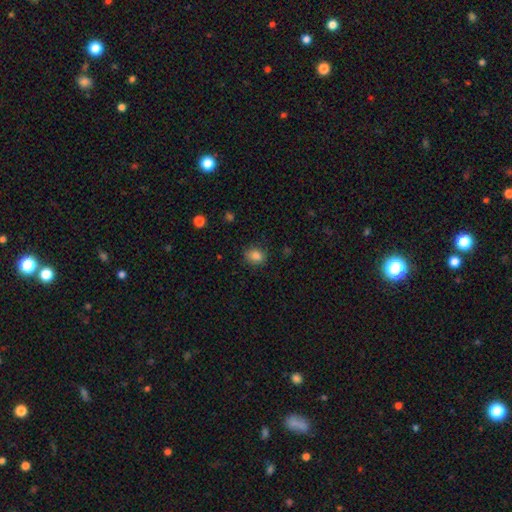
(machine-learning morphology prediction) smooth_or_featured: smooth (p=0.85) [alt: star or artifact p=0.11]
how_rounded: round (p=0.59) [alt: in between p=0.40]
merging: none (p=0.81) [alt: minor disturbance p=0.14]